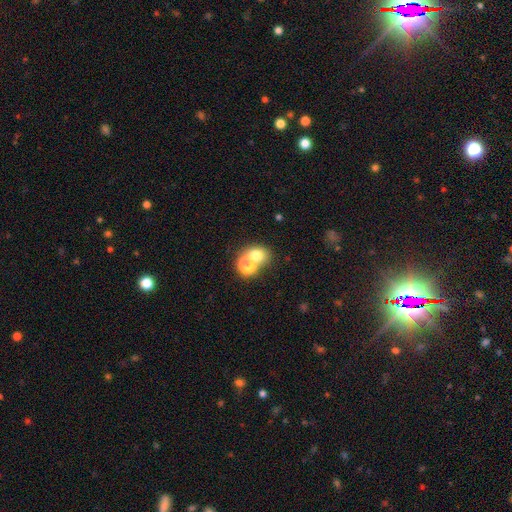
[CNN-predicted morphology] Q: Smooth or featured?
A: smooth (69%); runner-up: star or artifact (17%)
Q: How rounded?
A: round (67%); runner-up: in between (32%)
Q: Merging?
A: merger (51%); runner-up: none (39%)